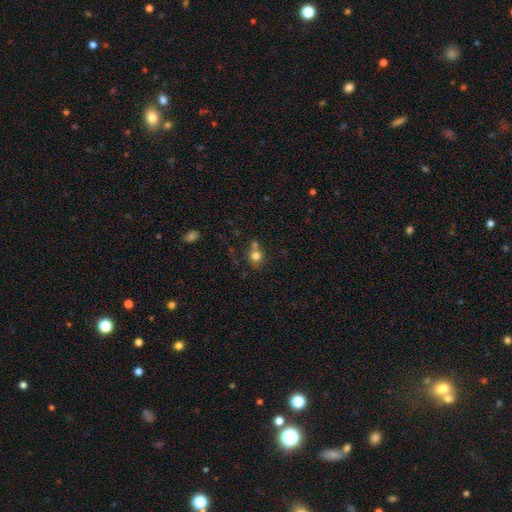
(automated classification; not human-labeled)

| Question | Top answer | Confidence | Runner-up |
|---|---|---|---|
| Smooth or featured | smooth | 78% | star or artifact (12%) |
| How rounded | round | 84% | in between (15%) |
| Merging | none | 54% | merger (30%) |